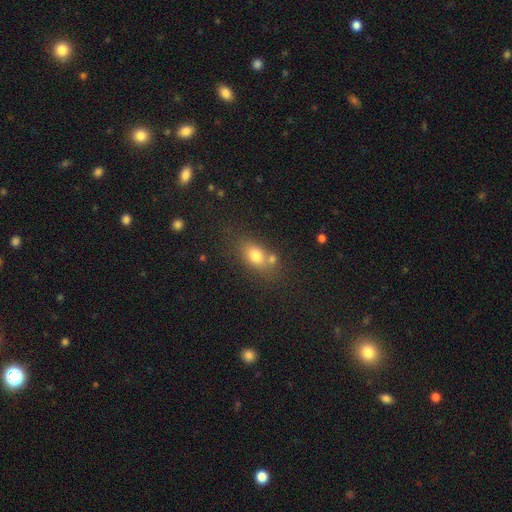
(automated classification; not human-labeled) Smooth or featured? smooth (76%)
How rounded? in between (72%)
Merging? none (55%)